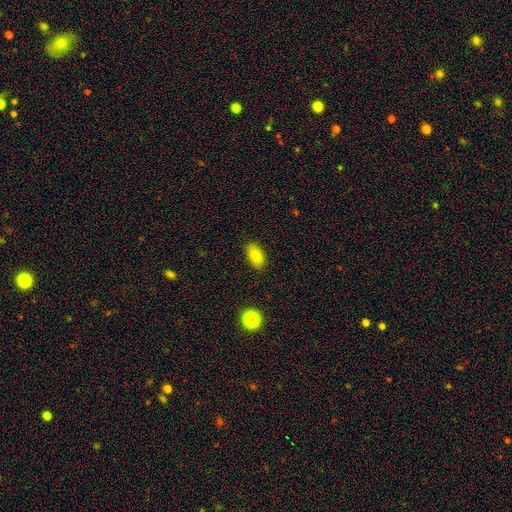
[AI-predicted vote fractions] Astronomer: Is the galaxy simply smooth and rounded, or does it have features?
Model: smooth — 82%.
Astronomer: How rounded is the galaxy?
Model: in between — 90%.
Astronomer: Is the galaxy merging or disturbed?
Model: none — 87%.